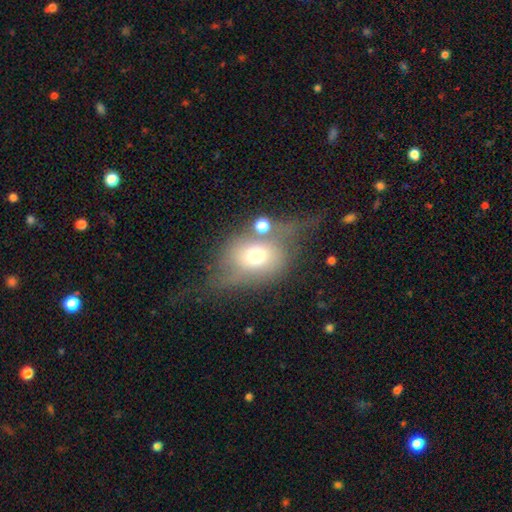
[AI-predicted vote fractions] Q: Smooth or featured?
A: smooth (50%); runner-up: featured or disk (38%)
Q: How rounded?
A: in between (57%); runner-up: round (39%)
Q: Merging?
A: major disturbance (34%); runner-up: none (31%)